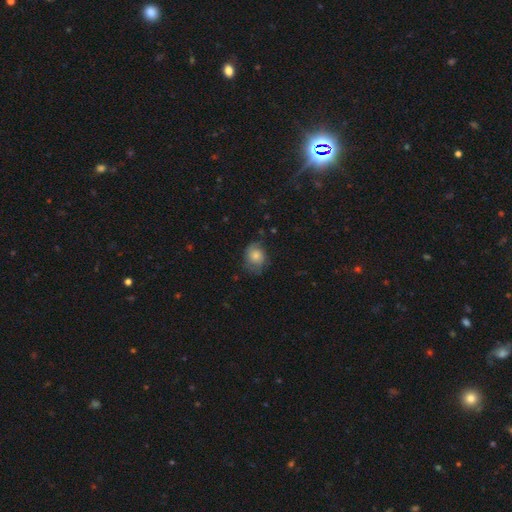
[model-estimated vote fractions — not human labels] smooth 59%, featured or disk 33%, star or artifact 9%. Down the decision tree: how rounded — round (51%); merging — none (61%).